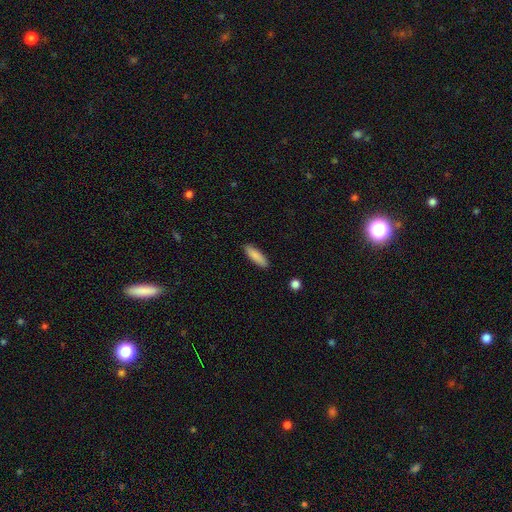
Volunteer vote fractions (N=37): A smooth galaxy with no disk features (89%) that is cigar-shaped (79%). Merging: none (86%).